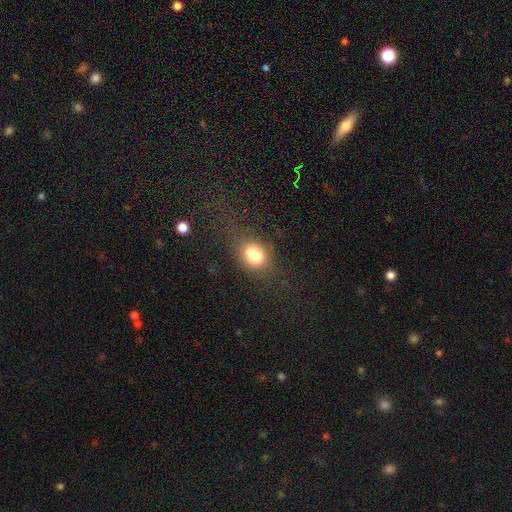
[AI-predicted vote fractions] Morphology: type=smooth (74%); roundness=in between (63%); merging=none (44%).